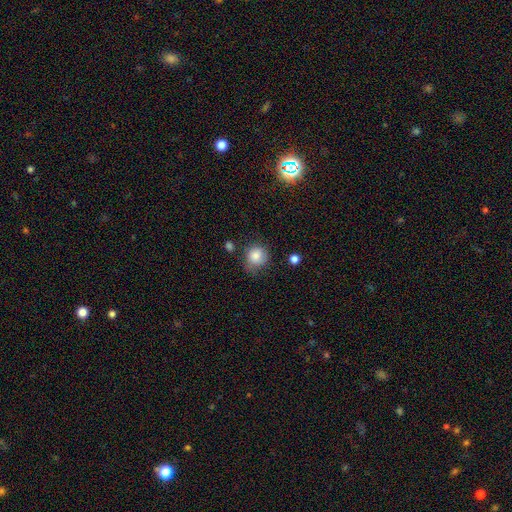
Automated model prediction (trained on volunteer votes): Smooth or featured?
  - smooth: 83% *
  - star or artifact: 10%
  - featured or disk: 7%
How rounded?
  - round: 85% *
  - in between: 14%
  - cigar-shaped: 1%
Merging?
  - none: 64% *
  - minor disturbance: 25%
  - major disturbance: 7%
  - merger: 4%